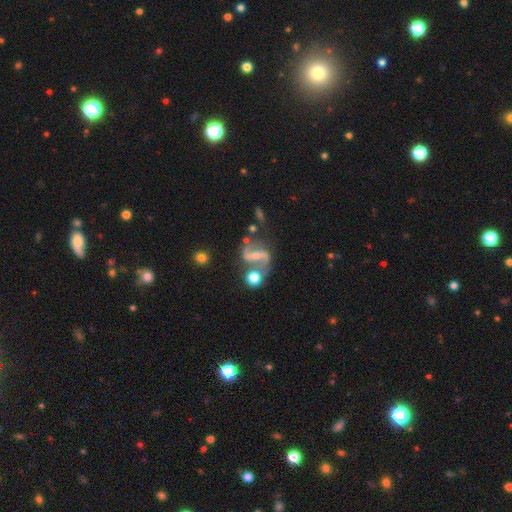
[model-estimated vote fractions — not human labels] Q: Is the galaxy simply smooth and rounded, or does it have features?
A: featured or disk — 84%.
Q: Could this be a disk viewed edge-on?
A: no — 97%.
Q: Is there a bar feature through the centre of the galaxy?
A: strong — 57%.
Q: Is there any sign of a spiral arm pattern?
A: yes — 93%.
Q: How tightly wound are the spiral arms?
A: loose — 62%.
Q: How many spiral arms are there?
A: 2 — 92%.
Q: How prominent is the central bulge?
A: small — 53%.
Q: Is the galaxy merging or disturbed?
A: none — 57%.